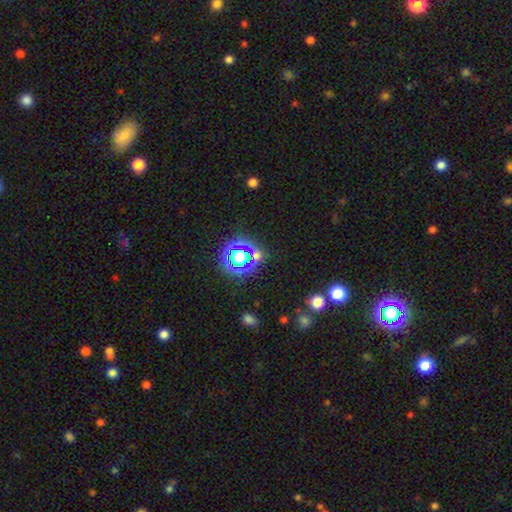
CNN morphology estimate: This appears to be a star or artifact, not a galaxy (64%).